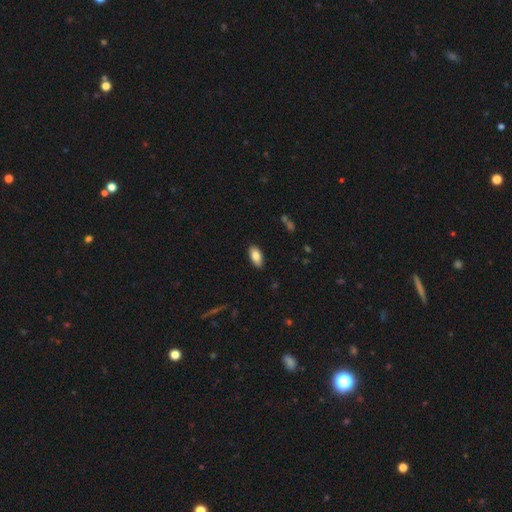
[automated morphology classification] Q: Smooth or featured?
A: smooth (84%); runner-up: featured or disk (9%)
Q: How rounded?
A: in between (92%); runner-up: cigar-shaped (6%)
Q: Merging?
A: none (87%); runner-up: minor disturbance (10%)